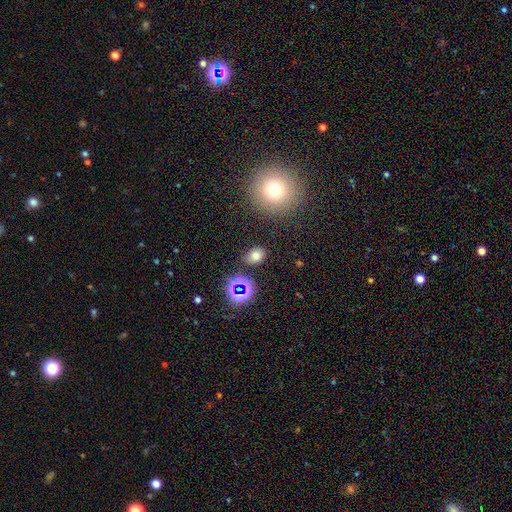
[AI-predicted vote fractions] Morphology: type=smooth (73%); roundness=in between (65%); merging=none (83%).